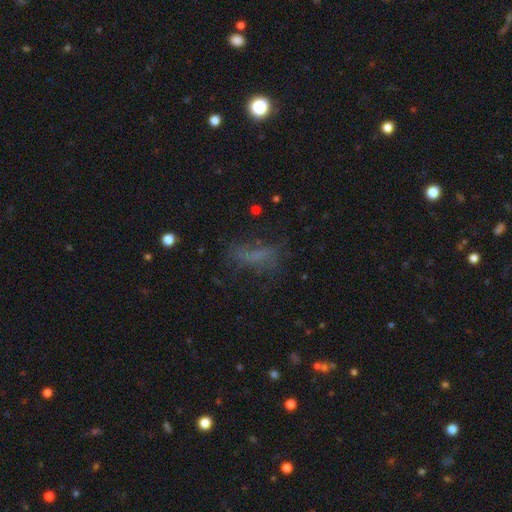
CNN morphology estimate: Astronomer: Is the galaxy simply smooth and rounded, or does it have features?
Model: smooth — 56%.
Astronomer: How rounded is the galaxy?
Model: in between — 49% (runner-up: cigar-shaped, 46%).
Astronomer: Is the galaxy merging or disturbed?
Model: none — 55%.